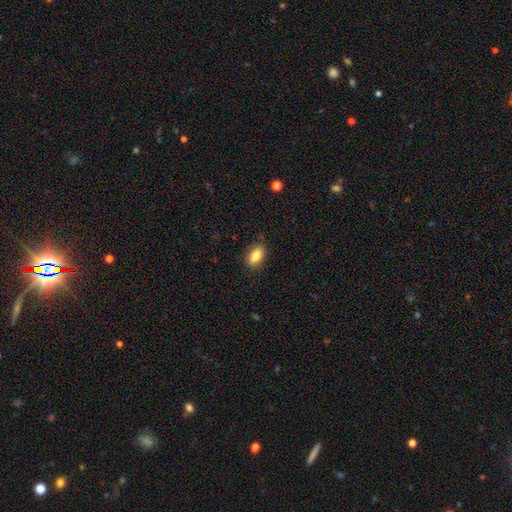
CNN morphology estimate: smooth-or-featured: smooth: 86% | star or artifact: 8% | featured or disk: 7%
  how-rounded: in between: 90% | round: 7% | cigar-shaped: 3%
  merging: none: 84% | minor disturbance: 12% | major disturbance: 3% | merger: 1%